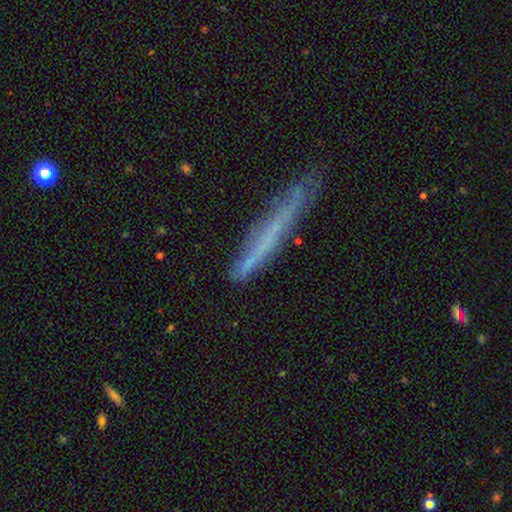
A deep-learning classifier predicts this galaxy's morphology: Smooth or featured: featured or disk — 48% (smooth — 45%)
Merging: none — 63% (minor disturbance — 26%)